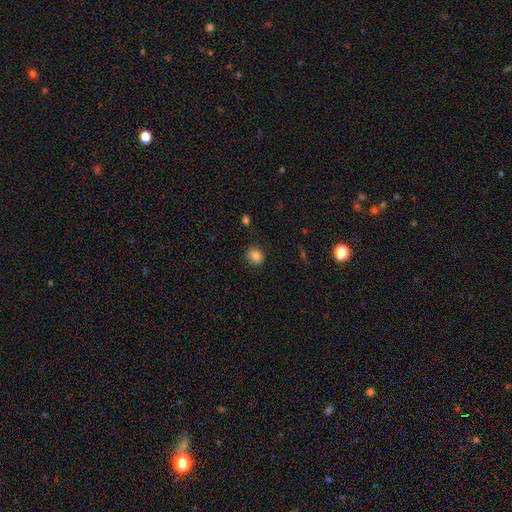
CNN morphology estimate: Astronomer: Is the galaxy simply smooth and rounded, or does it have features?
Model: smooth — 83%.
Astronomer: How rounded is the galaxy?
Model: round — 77%.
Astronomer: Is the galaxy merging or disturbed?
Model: none — 87%.